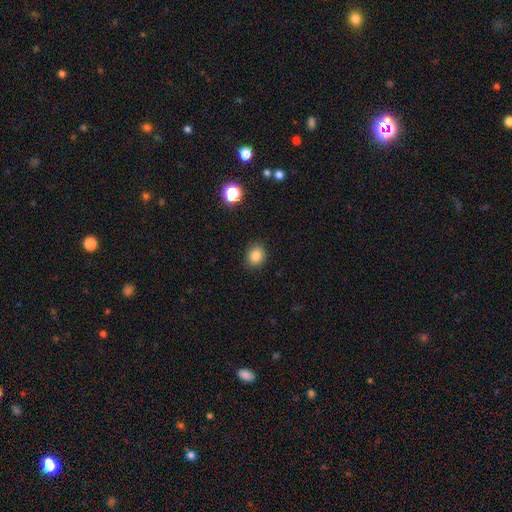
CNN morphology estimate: Smooth or featured: smooth — 83% (star or artifact — 12%)
How rounded: round — 65% (in between — 34%)
Merging: none — 88% (minor disturbance — 8%)